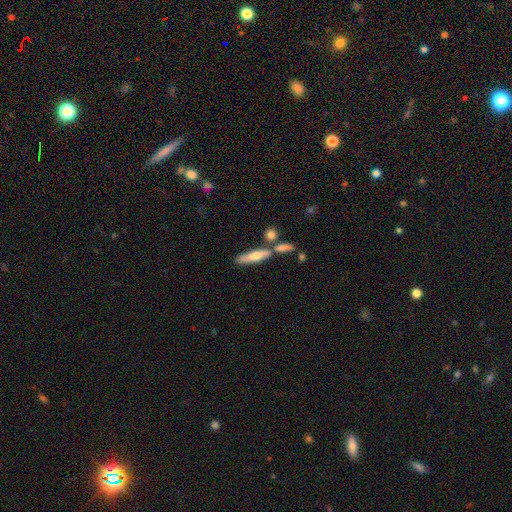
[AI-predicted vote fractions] Smooth or featured?
  - smooth: 57% *
  - featured or disk: 37%
  - star or artifact: 7%
How rounded?
  - cigar-shaped: 76% *
  - in between: 21%
  - round: 2%
Merging?
  - none: 64% *
  - merger: 20%
  - minor disturbance: 13%
  - major disturbance: 4%